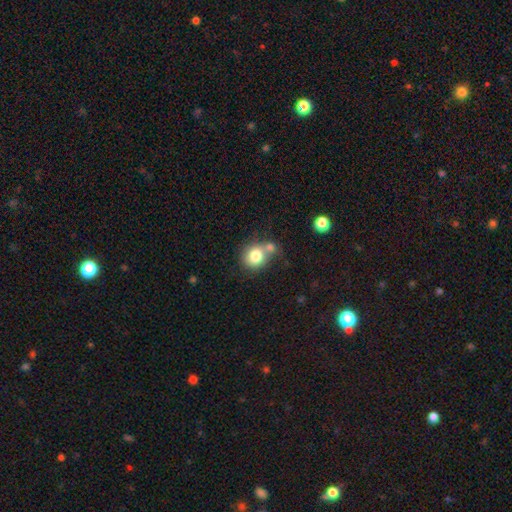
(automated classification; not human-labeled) smooth 80%, featured or disk 11%, star or artifact 9%. Down the decision tree: how rounded — round (77%); merging — none (44%).